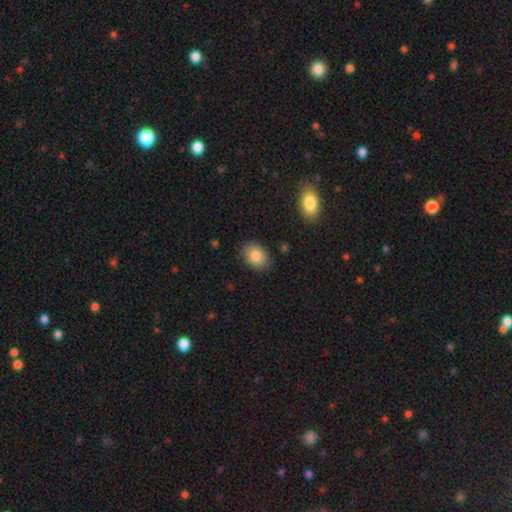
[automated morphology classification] This is clearly a smooth galaxy (83%). How rounded: likely in between (73%). Merging: clearly none (85%).